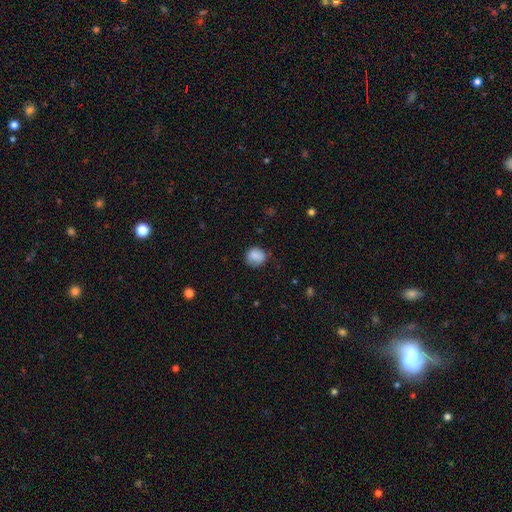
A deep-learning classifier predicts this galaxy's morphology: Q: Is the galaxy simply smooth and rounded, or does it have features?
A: smooth — 84%.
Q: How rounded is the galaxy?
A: round — 82%.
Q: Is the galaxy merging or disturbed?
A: none — 72%.